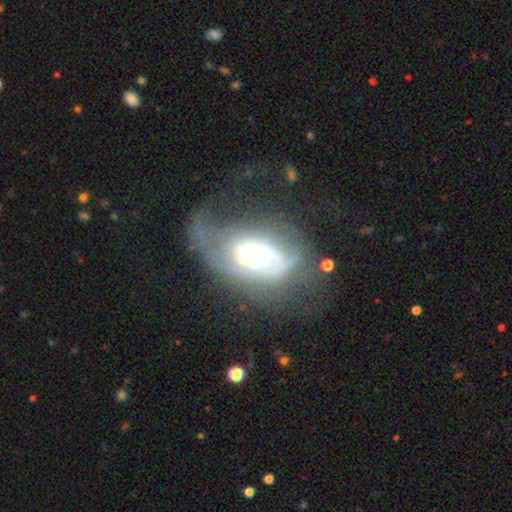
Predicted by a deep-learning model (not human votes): The model was most divided on "spiral arm count": can't tell: 38%, 2: 27%, 1: 20%, 3: 8%, 4: 4%, more than 4: 3%. Remaining: edge-on disk — no (95%); spiral arms — yes (82%); smooth or featured — featured or disk (77%); bar — no (74%); bulge size — small (54%); spiral winding — tight (53%); merging — major disturbance (44%).